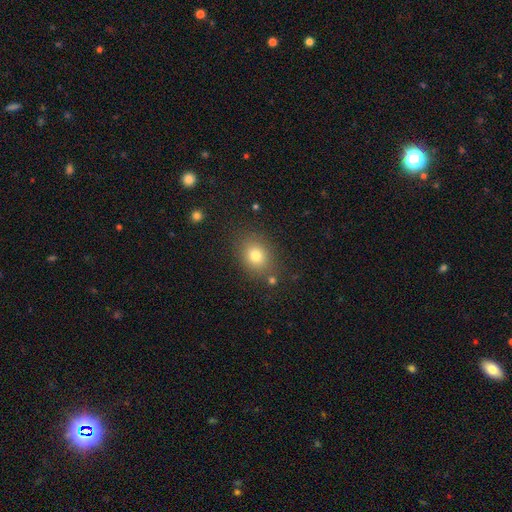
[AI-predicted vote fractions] Smooth or featured?
  - smooth: 77% *
  - star or artifact: 13%
  - featured or disk: 10%
How rounded?
  - round: 51% *
  - in between: 48%
  - cigar-shaped: 1%
Merging?
  - none: 80% *
  - minor disturbance: 11%
  - major disturbance: 4%
  - merger: 4%